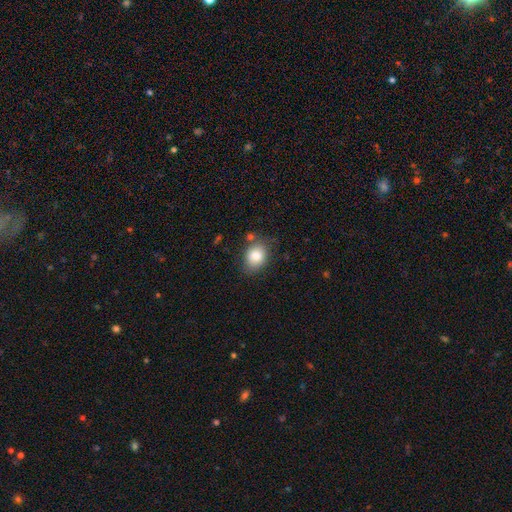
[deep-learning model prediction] smooth_or_featured: smooth (p=0.83) [alt: featured or disk p=0.09]
how_rounded: in between (p=0.57) [alt: round p=0.42]
merging: none (p=0.74) [alt: minor disturbance p=0.17]